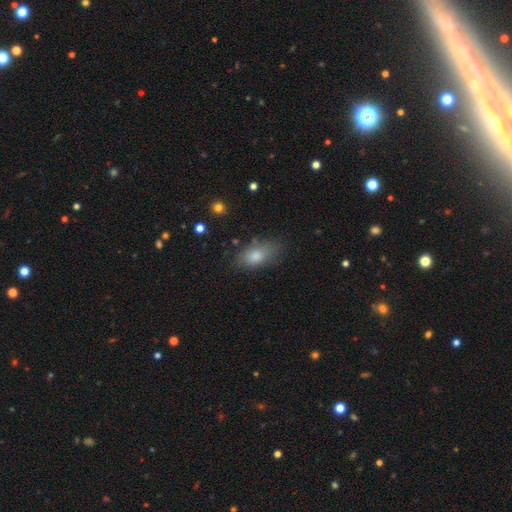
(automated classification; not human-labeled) Smooth or featured: smooth — 81% (featured or disk — 11%)
How rounded: in between — 89% (round — 7%)
Merging: none — 70% (minor disturbance — 21%)